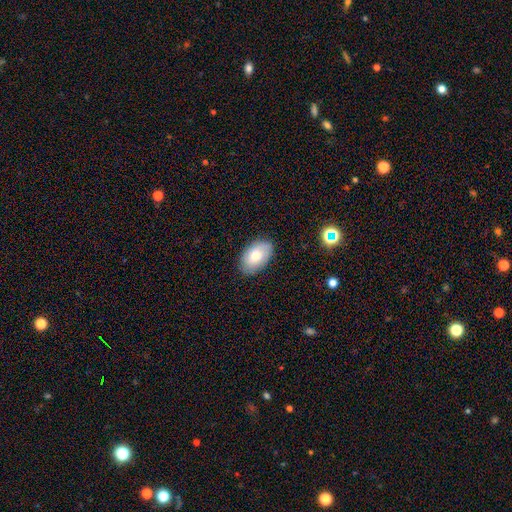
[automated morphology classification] This appears to be a smooth galaxy with no disk features (75%) that is in between round and cigar-shaped (93%). Merging: none (85%).